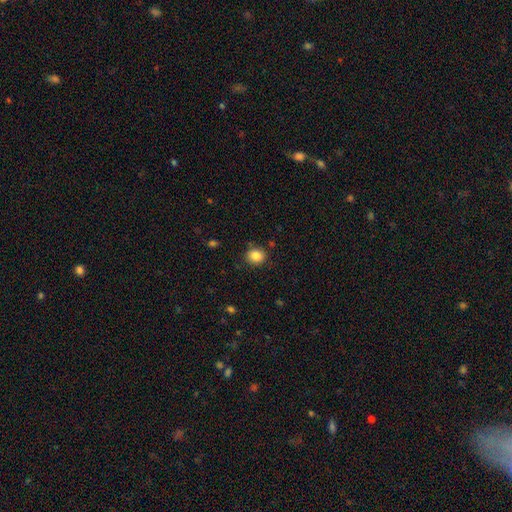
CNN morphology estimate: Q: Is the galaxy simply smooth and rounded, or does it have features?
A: smooth — 85%.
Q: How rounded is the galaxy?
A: round — 76%.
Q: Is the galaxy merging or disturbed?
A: none — 85%.